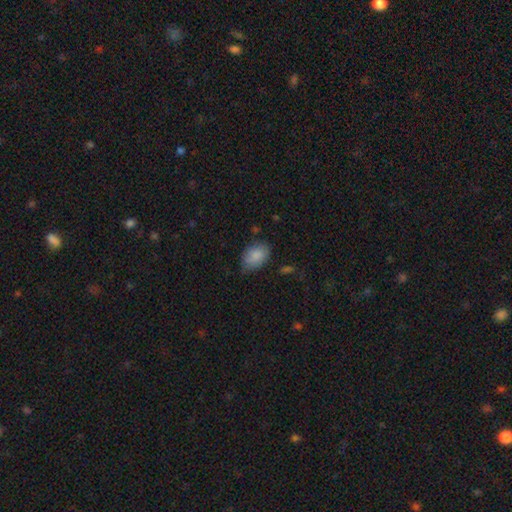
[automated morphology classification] Smooth or featured: smooth — 86% (star or artifact — 7%)
How rounded: in between — 85% (round — 14%)
Merging: none — 70% (minor disturbance — 24%)